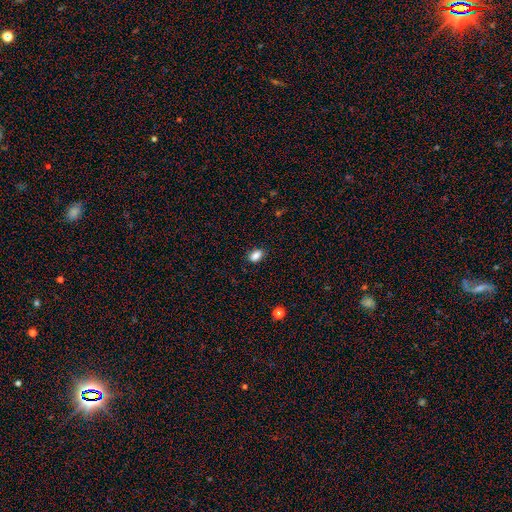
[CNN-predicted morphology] smooth_or_featured: smooth (p=0.86) [alt: star or artifact p=0.10]
how_rounded: in between (p=0.85) [alt: round p=0.13]
merging: none (p=0.86) [alt: minor disturbance p=0.10]